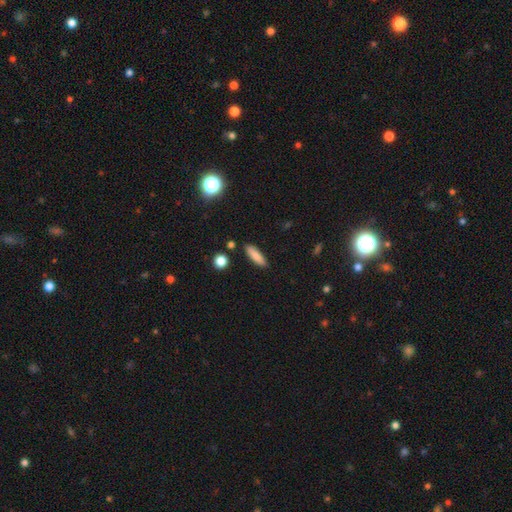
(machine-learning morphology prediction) type=smooth (83%); roundness=cigar-shaped (56%); merging=none (87%).